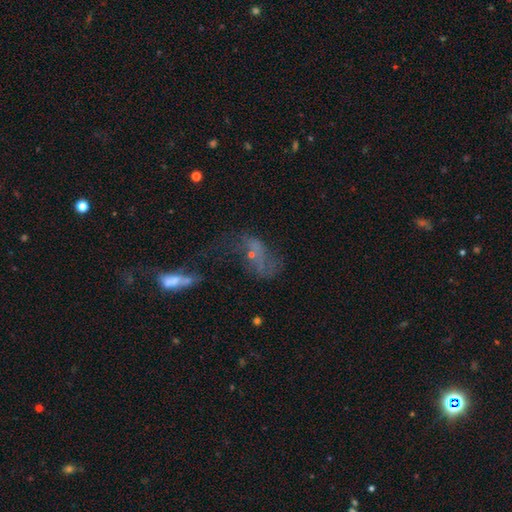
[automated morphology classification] type=featured or disk (53%); edge-on=no (92%); merging=major disturbance (33%).